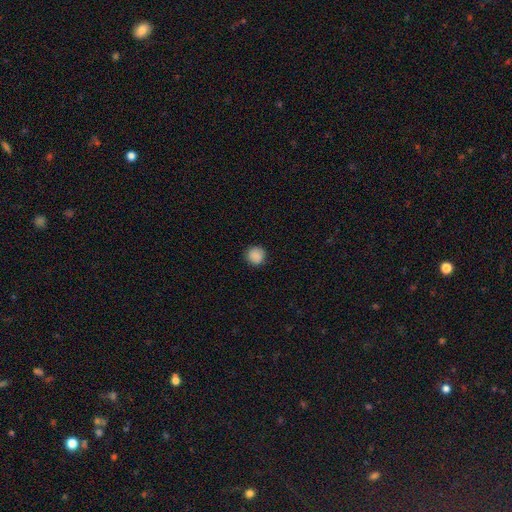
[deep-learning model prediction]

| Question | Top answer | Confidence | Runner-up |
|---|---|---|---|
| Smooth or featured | smooth | 88% | star or artifact (9%) |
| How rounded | round | 94% | in between (5%) |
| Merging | none | 90% | minor disturbance (7%) |